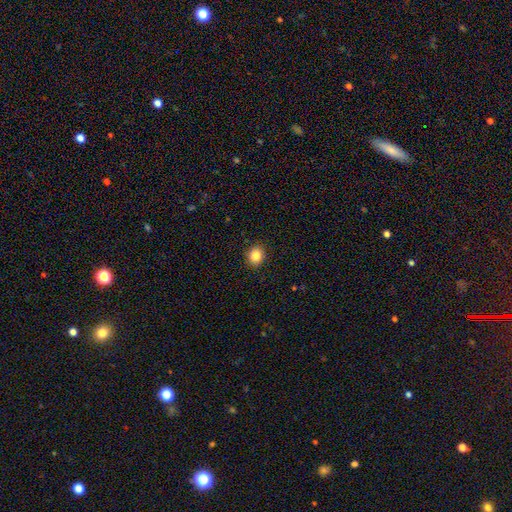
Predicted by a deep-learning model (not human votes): Q: Smooth or featured?
A: smooth (86%); runner-up: star or artifact (10%)
Q: How rounded?
A: round (66%); runner-up: in between (33%)
Q: Merging?
A: none (90%); runner-up: minor disturbance (7%)